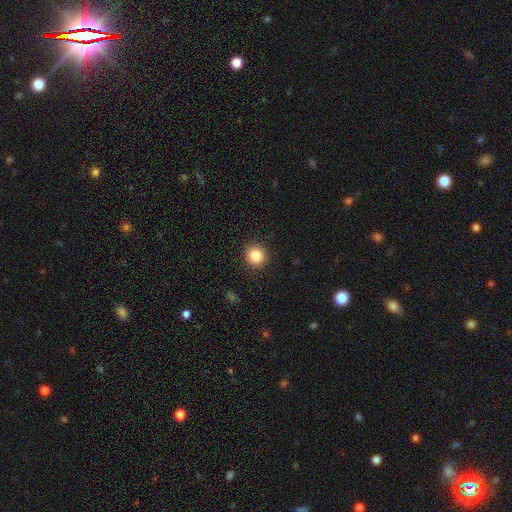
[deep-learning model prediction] Smooth or featured? smooth (84%)
How rounded? round (93%)
Merging? none (92%)